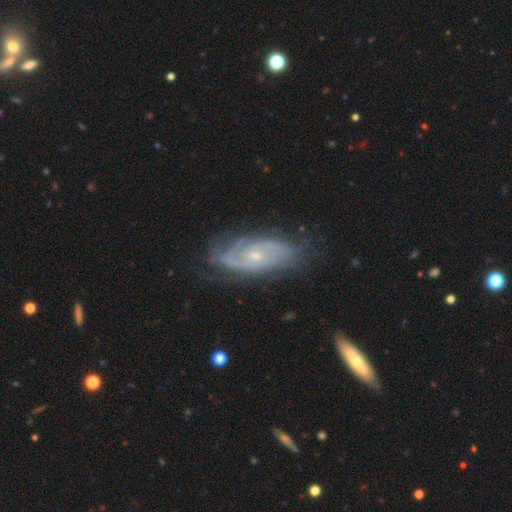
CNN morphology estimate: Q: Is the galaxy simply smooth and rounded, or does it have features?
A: featured or disk — 84%.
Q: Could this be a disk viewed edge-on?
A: no — 93%.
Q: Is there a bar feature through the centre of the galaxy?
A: no — 69%.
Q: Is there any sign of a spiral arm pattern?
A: yes — 94%.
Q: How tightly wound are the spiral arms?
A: tight — 48%.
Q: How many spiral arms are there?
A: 2 — 48%.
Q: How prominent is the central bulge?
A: small — 72%.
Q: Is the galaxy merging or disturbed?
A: none — 69%.